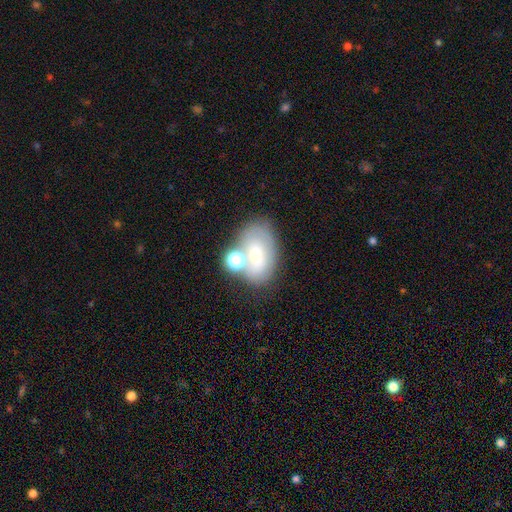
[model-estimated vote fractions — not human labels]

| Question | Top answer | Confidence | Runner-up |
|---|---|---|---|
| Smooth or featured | smooth | 64% | featured or disk (24%) |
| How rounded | in between | 82% | round (16%) |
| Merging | none | 48% | merger (24%) |